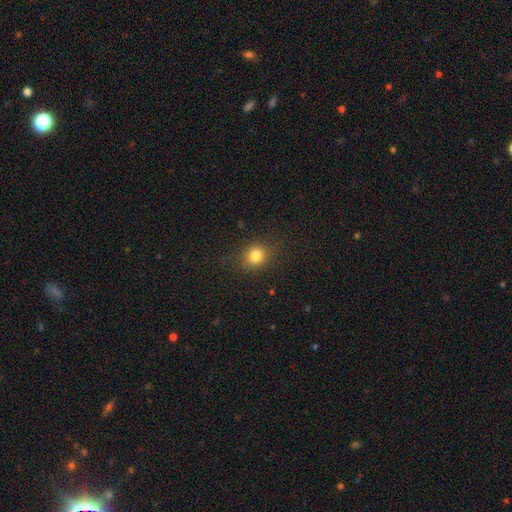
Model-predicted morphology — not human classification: smooth-or-featured: smooth: 80% | star or artifact: 13% | featured or disk: 7%
  how-rounded: round: 72% | in between: 27% | cigar-shaped: 1%
  merging: none: 83% | minor disturbance: 12% | major disturbance: 5% | merger: 1%